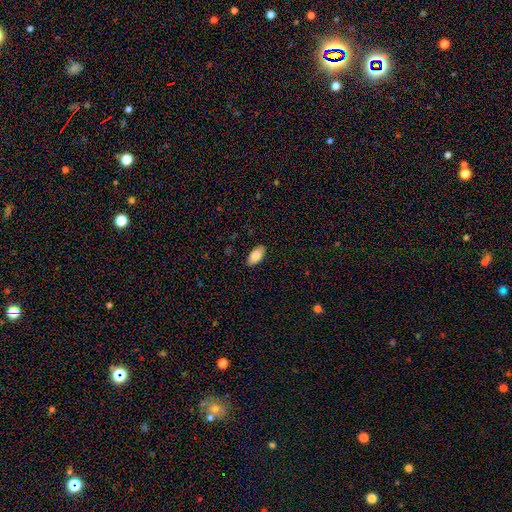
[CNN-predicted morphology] Smooth or featured: smooth — 84% (featured or disk — 10%)
How rounded: in between — 92% (cigar-shaped — 5%)
Merging: none — 89% (minor disturbance — 9%)